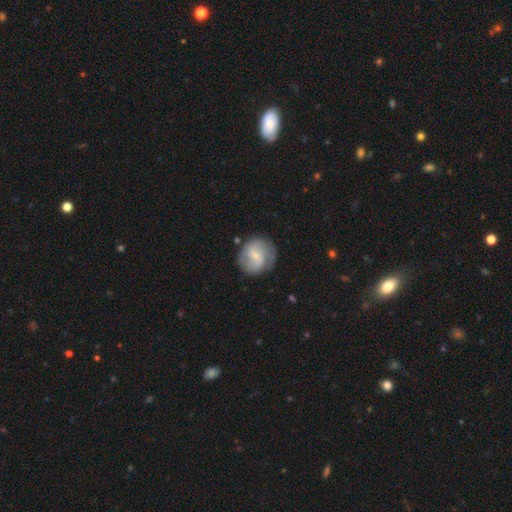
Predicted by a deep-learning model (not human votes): Smooth or featured? Predicted: featured or disk (p=0.60). Edge-on disk? Predicted: no (p=0.98). Bar? Predicted: weak (p=0.46). Spiral arms? Predicted: yes (p=0.86). Bulge size? Predicted: small (p=0.70). Merging? Predicted: none (p=0.72).